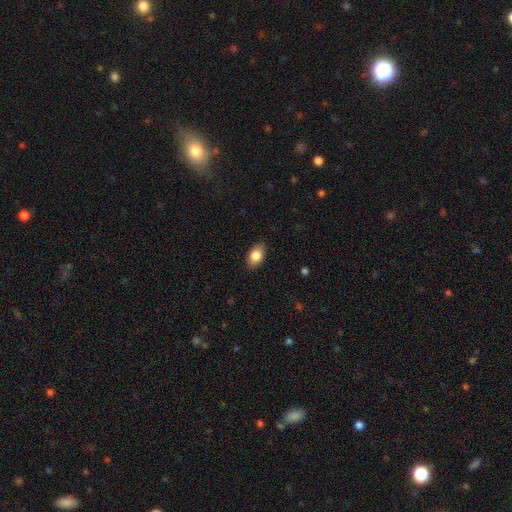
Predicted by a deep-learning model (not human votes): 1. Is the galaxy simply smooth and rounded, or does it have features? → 84% smooth, 8% featured or disk, 7% star or artifact.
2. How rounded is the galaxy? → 88% in between, 10% round, 2% cigar-shaped.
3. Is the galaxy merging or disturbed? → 86% none, 11% minor disturbance, 2% major disturbance, 1% merger.